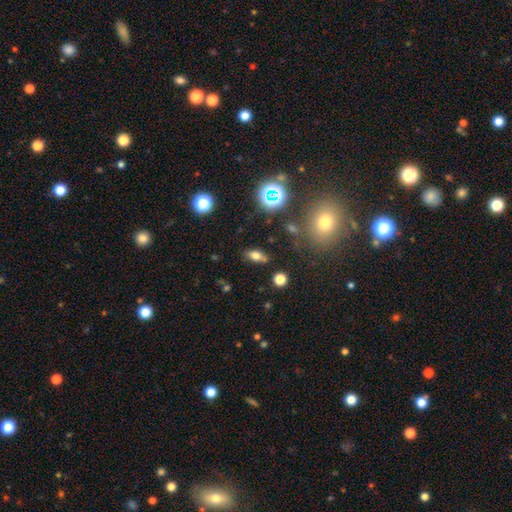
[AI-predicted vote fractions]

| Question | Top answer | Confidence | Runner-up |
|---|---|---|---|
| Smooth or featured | smooth | 68% | star or artifact (16%) |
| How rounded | in between | 80% | cigar-shaped (10%) |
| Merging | none | 77% | minor disturbance (13%) |